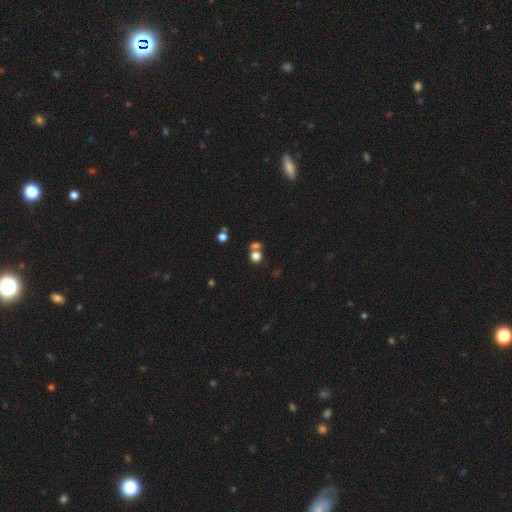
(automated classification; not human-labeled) smooth-or-featured: smooth: 74% | star or artifact: 17% | featured or disk: 9%
  how-rounded: round: 83% | in between: 16% | cigar-shaped: 1%
  merging: none: 53% | merger: 35% | minor disturbance: 8% | major disturbance: 4%